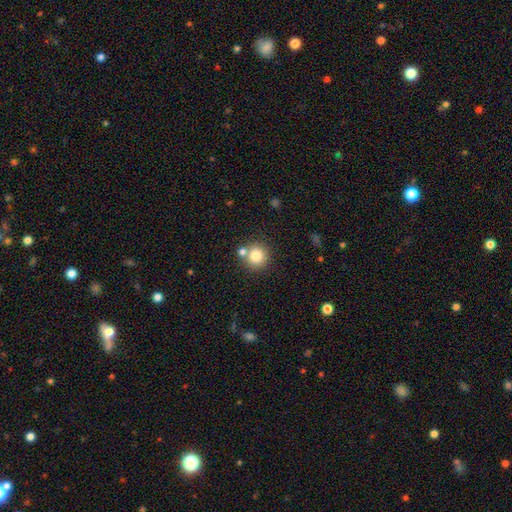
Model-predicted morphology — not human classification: smooth 81%, star or artifact 11%, featured or disk 8%. Down the decision tree: how rounded — round (93%); merging — none (70%).